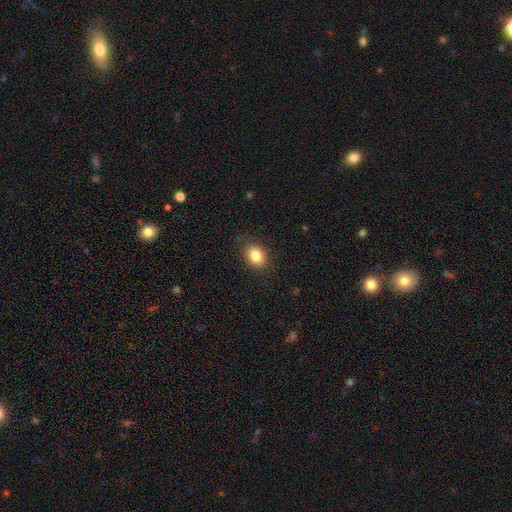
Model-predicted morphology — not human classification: The model was most divided on "how rounded": in between: 55%, round: 45%, cigar-shaped: 1%. More confident: smooth or featured — smooth (84%); merging — none (83%).